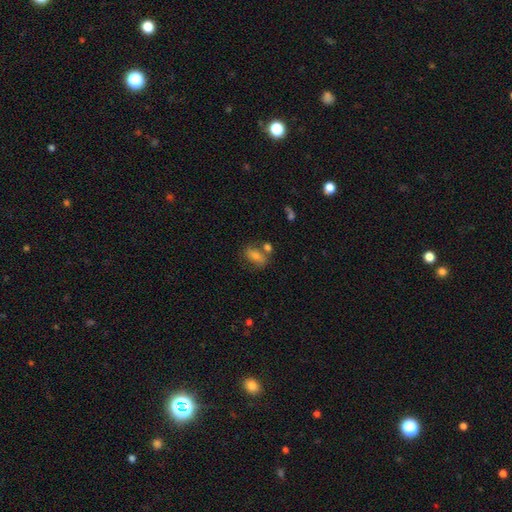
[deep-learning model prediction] A smooth galaxy with no disk features (63%) that is in between round and cigar-shaped (77%).

Vote fractions:
- Smooth or featured? smooth: 63% / featured or disk: 21% / star or artifact: 16%
- How rounded? in between: 77% / round: 15% / cigar-shaped: 8%
- Merging? none: 59% / merger: 19% / minor disturbance: 16% / major disturbance: 6%